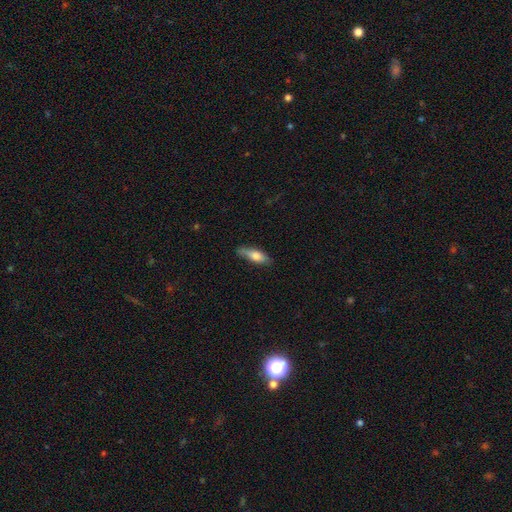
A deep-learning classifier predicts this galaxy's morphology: Overall: smooth (72%). How rounded: in between (52%; cigar-shaped 46%). Merging: none (76%).